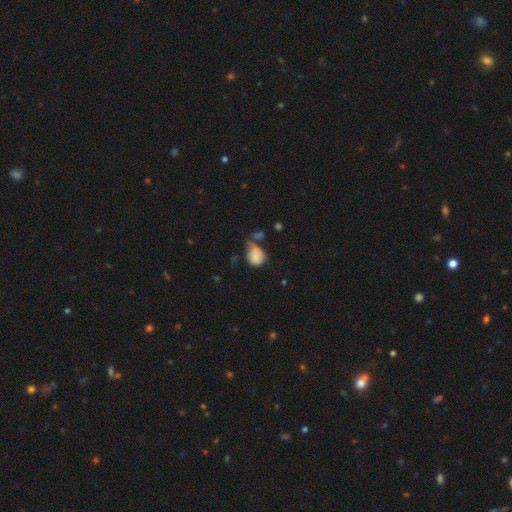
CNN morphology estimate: smooth-or-featured: smooth: 82% | featured or disk: 9% | star or artifact: 9%
  how-rounded: round: 68% | in between: 31% | cigar-shaped: 1%
  merging: none: 36% | minor disturbance: 30% | merger: 19% | major disturbance: 15%